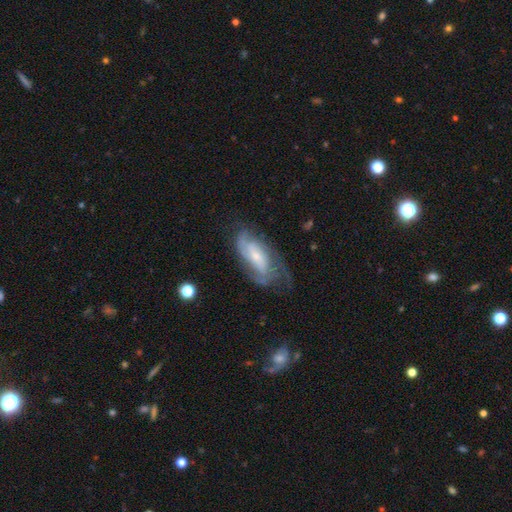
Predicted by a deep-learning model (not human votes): This appears to be a featured or disk galaxy (74%) with no bar (55%), 2 (36%, tied with can't tell) tight (45%) spiral arms (89%) and a small central bulge (59%). Merging: none (57%).